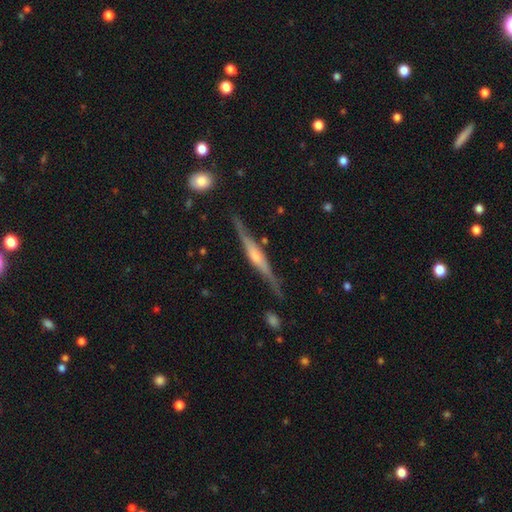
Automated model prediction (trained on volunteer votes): A featured or disk galaxy (79%) viewed edge-on (97%) with a rounded central bulge (65%). Merging: none (81%).